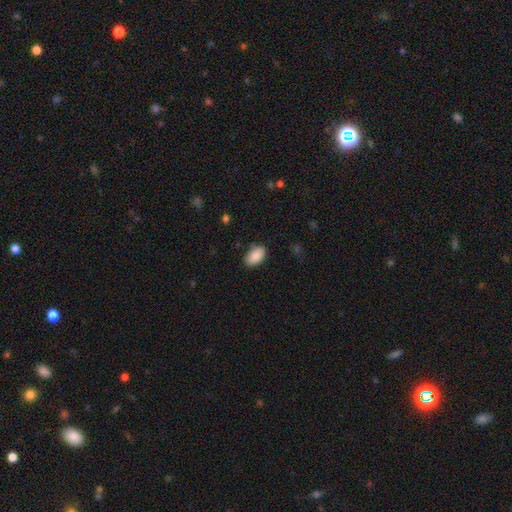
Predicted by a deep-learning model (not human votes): This appears to be a smooth galaxy with no disk features (89%) that is in between round and cigar-shaped (93%). Merging: none (82%).